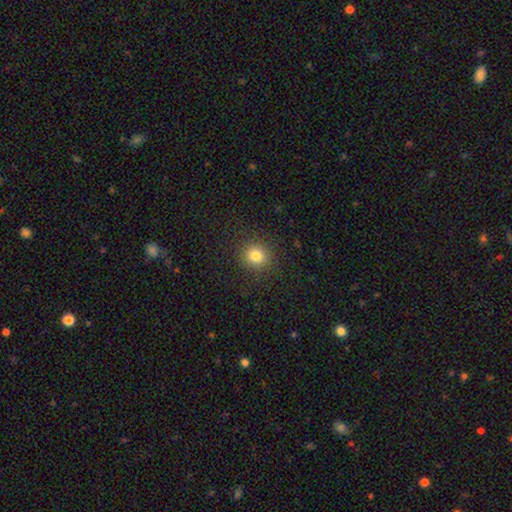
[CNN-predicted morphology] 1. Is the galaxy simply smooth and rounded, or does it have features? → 81% smooth, 13% star or artifact, 6% featured or disk.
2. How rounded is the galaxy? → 88% round, 11% in between, 1% cigar-shaped.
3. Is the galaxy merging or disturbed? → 89% none, 7% minor disturbance, 3% major disturbance, 1% merger.